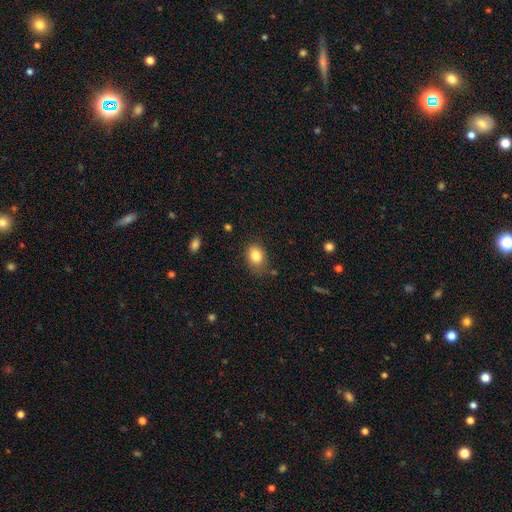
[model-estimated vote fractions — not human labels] Smooth or featured: smooth — 83% (star or artifact — 9%)
How rounded: in between — 64% (round — 35%)
Merging: none — 72% (minor disturbance — 21%)